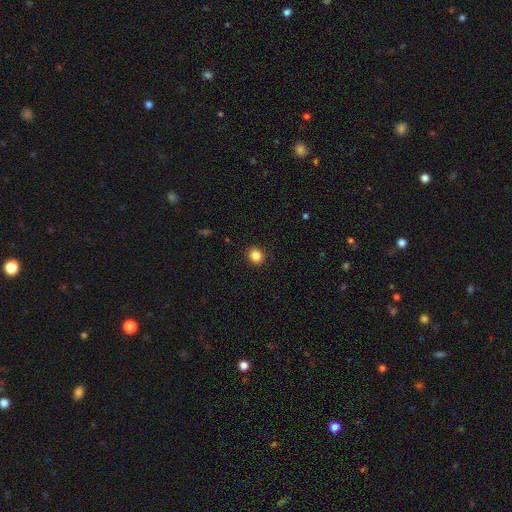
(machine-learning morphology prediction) The model was most divided on "how rounded": round: 69%, in between: 30%, cigar-shaped: 1%. More confident: merging — none (91%); smooth or featured — smooth (85%).